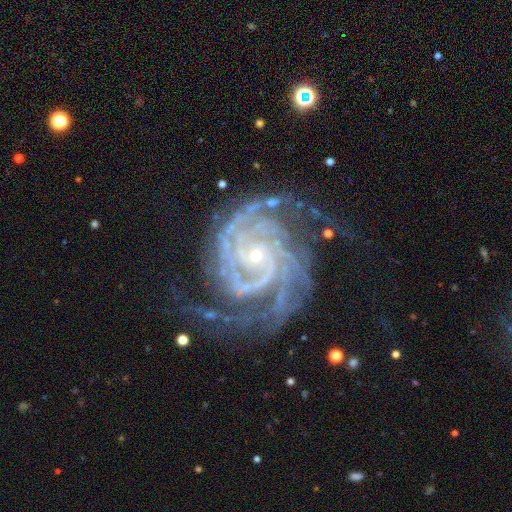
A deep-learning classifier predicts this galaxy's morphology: smooth_or_featured: featured or disk (p=0.93) [alt: star or artifact p=0.05]
disk_edge_on: no (p=0.98) [alt: yes p=0.02]
bar: no (p=0.68) [alt: weak p=0.20]
has_spiral_arms: yes (p=0.99) [alt: no p=0.01]
spiral_winding: tight (p=0.73) [alt: medium p=0.24]
spiral_arm_count: 2 (p=0.23) [alt: 4 p=0.22]
bulge_size: small (p=0.84) [alt: moderate p=0.12]
merging: none (p=0.63) [alt: minor disturbance p=0.21]